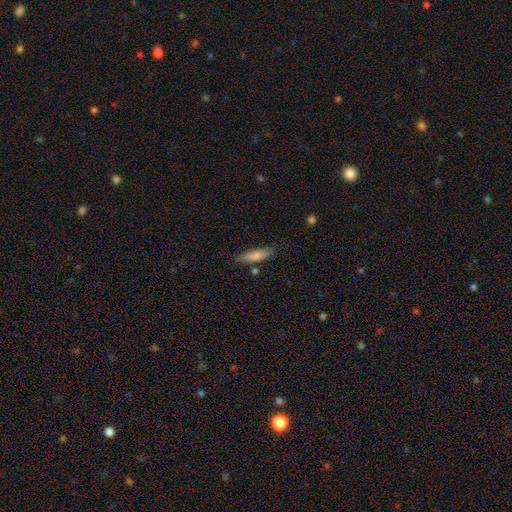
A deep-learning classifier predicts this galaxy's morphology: smooth-or-featured: smooth: 80% | featured or disk: 13% | star or artifact: 7%
  how-rounded: cigar-shaped: 59% | in between: 39% | round: 2%
  merging: none: 75% | minor disturbance: 16% | merger: 5% | major disturbance: 3%